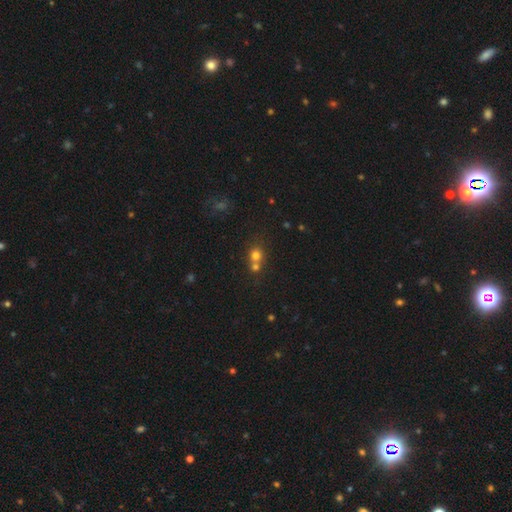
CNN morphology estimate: smooth_or_featured: smooth (p=0.73) [alt: star or artifact p=0.16]
how_rounded: round (p=0.83) [alt: in between p=0.16]
merging: merger (p=0.50) [alt: none p=0.42]